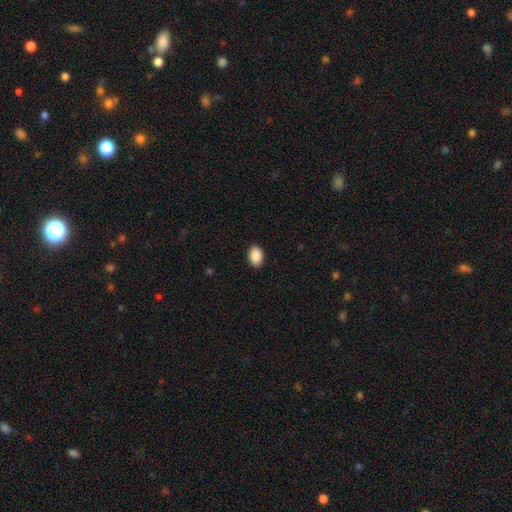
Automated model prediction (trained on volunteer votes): Overall: smooth (90%). How rounded: in between (87%). Merging: none (90%).